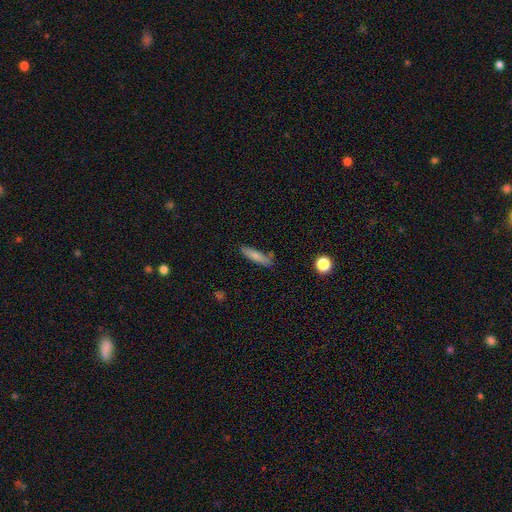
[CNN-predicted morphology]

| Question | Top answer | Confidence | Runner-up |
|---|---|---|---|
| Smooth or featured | smooth | 78% | featured or disk (14%) |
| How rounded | cigar-shaped | 77% | in between (21%) |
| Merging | none | 77% | minor disturbance (15%) |